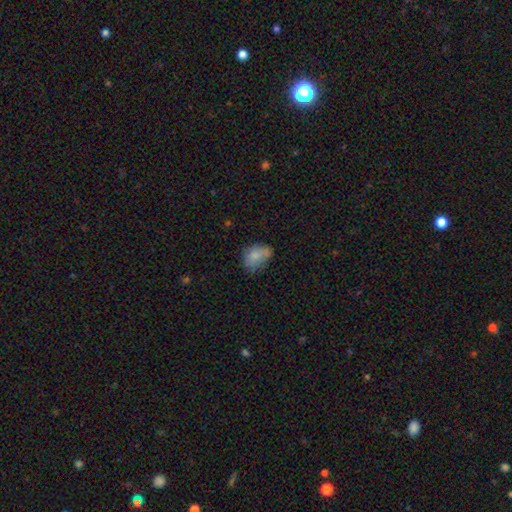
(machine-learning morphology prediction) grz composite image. It shows a smooth galaxy with no disk features (74%) that is in between round and cigar-shaped (71%). Merging: none (47%).